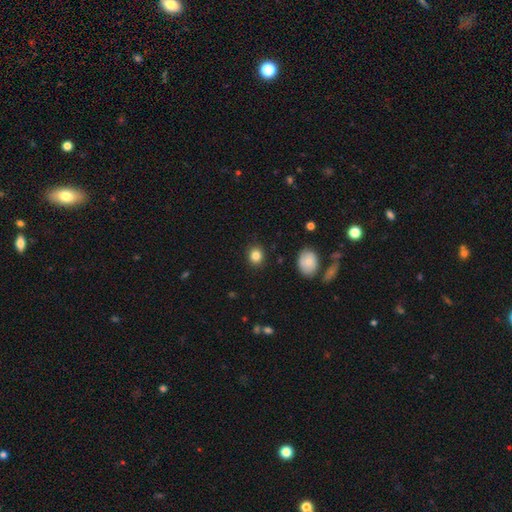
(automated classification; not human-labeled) This is clearly a smooth galaxy (84%). How rounded: likely round (74%). Merging: clearly none (89%).